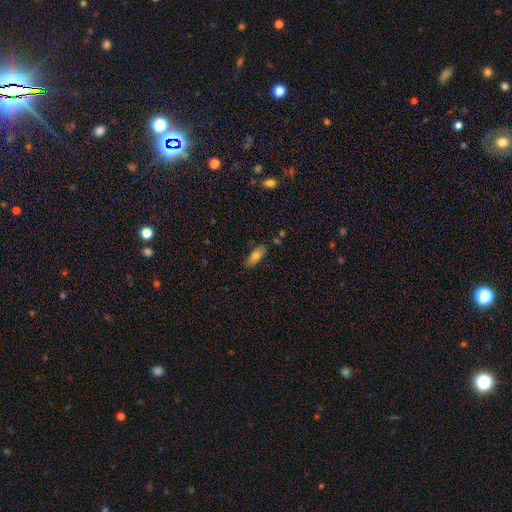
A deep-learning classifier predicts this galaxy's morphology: Overall: smooth (72%). How rounded: in between (78%). Merging: none (80%).